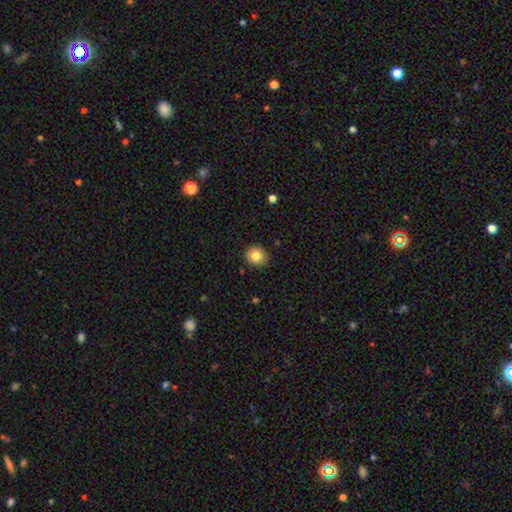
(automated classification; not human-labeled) Smooth or featured? smooth (82%)
How rounded? round (81%)
Merging? none (90%)